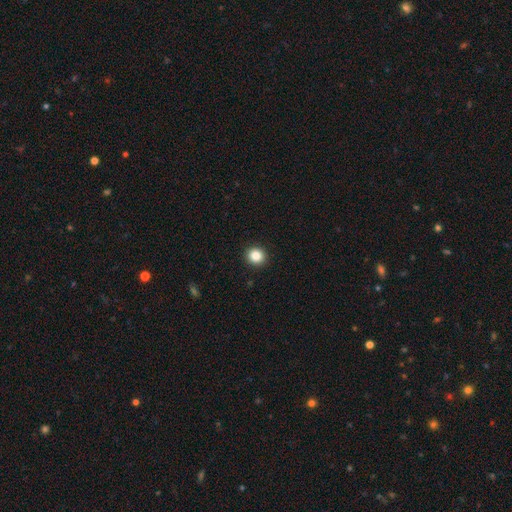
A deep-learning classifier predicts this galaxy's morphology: smooth-or-featured: smooth: 86% | star or artifact: 10% | featured or disk: 4%
  how-rounded: round: 90% | in between: 9% | cigar-shaped: 1%
  merging: none: 93% | minor disturbance: 5% | major disturbance: 2% | merger: 1%